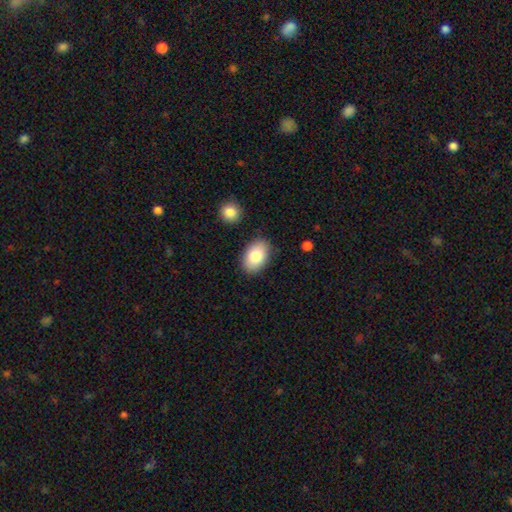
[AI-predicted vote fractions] Q: Smooth or featured?
A: smooth (83%); runner-up: featured or disk (11%)
Q: How rounded?
A: in between (90%); runner-up: round (9%)
Q: Merging?
A: none (85%); runner-up: minor disturbance (10%)